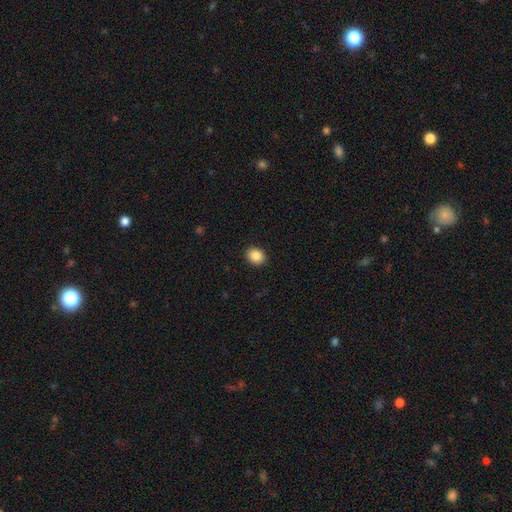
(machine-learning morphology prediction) smooth_or_featured: smooth (p=0.88) [alt: star or artifact p=0.09]
how_rounded: round (p=0.63) [alt: in between p=0.36]
merging: none (p=0.91) [alt: minor disturbance p=0.06]